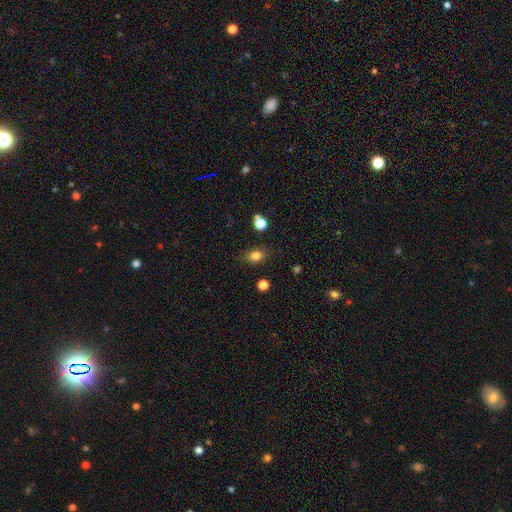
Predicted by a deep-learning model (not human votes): A smooth galaxy with no disk features (81%) that is in between round and cigar-shaped (64%). Merging: none (81%).